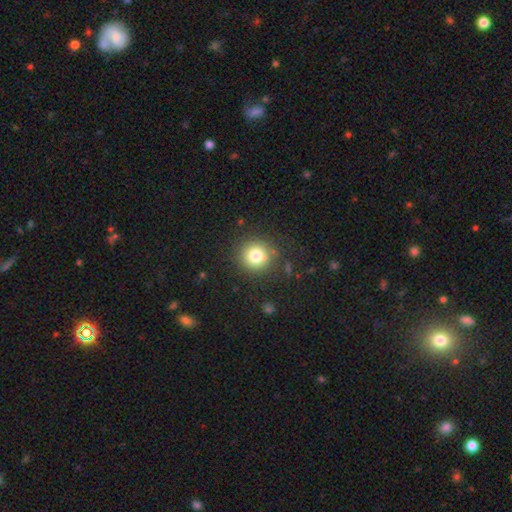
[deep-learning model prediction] Morphology: type=smooth (79%); roundness=round (93%); merging=none (85%).